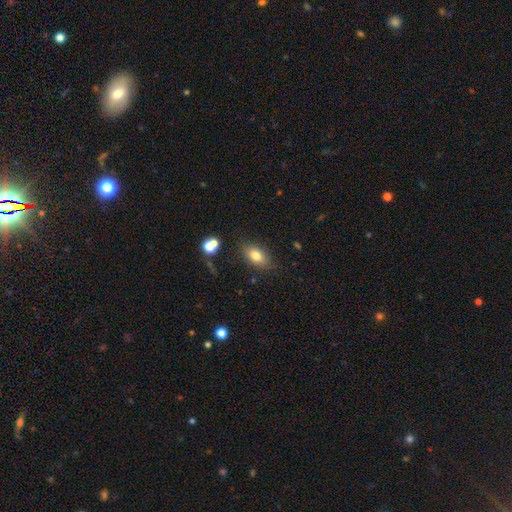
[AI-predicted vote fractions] Smooth or featured?
  - smooth: 77% *
  - featured or disk: 13%
  - star or artifact: 10%
How rounded?
  - in between: 85% *
  - round: 11%
  - cigar-shaped: 4%
Merging?
  - none: 79% *
  - minor disturbance: 14%
  - merger: 4%
  - major disturbance: 4%